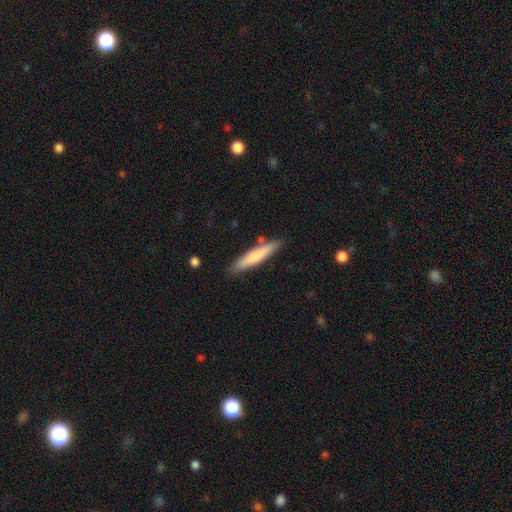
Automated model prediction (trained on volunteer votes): smooth 73%, featured or disk 22%, star or artifact 5%. Down the decision tree: how rounded — cigar-shaped (90%); merging — none (84%).